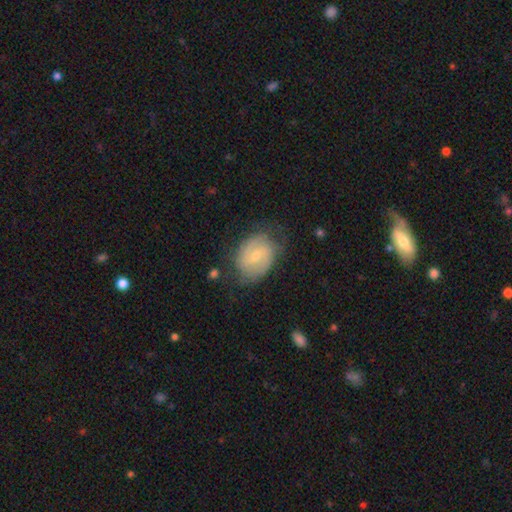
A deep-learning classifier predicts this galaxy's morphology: Q: Smooth or featured?
A: featured or disk (60%); runner-up: smooth (33%)
Q: Edge-on disk?
A: no (96%); runner-up: yes (4%)
Q: Bar?
A: weak (55%); runner-up: no (33%)
Q: Spiral arms?
A: yes (79%); runner-up: no (21%)
Q: Bulge size?
A: small (63%); runner-up: moderate (34%)
Q: Merging?
A: none (67%); runner-up: minor disturbance (23%)